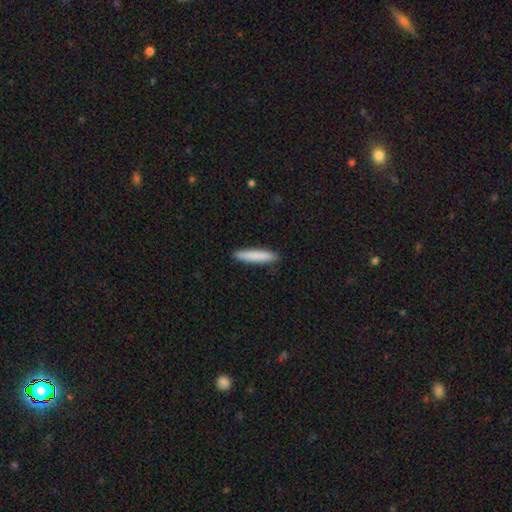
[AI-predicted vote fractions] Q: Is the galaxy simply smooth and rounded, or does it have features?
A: smooth — 84%.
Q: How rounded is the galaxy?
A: cigar-shaped — 92%.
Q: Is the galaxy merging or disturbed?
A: none — 89%.